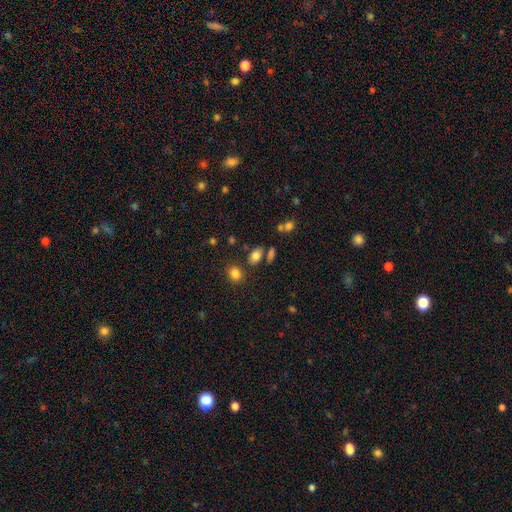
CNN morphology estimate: smooth 79%, star or artifact 12%, featured or disk 9%. Down the decision tree: how rounded — in between (81%); merging — none (71%).